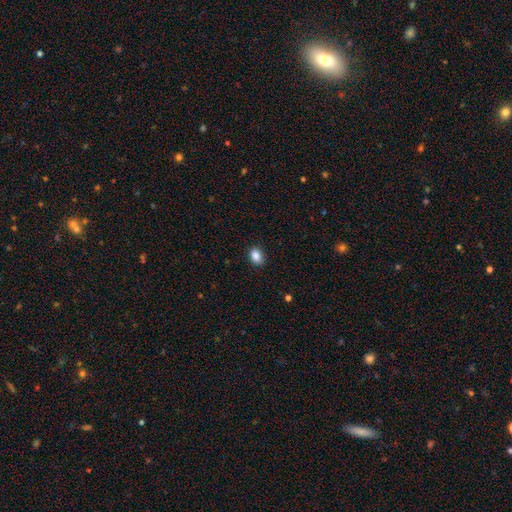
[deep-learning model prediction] A smooth galaxy with no disk features (88%) that is in between round and cigar-shaped (76%). Merging: none (88%).